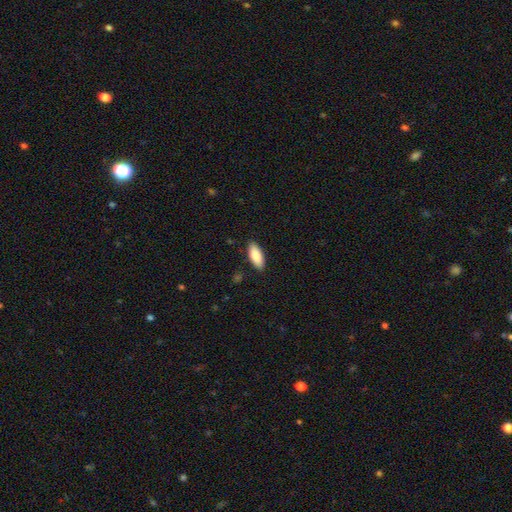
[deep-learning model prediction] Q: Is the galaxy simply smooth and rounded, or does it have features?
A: smooth — 85%.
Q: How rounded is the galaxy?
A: in between — 81%.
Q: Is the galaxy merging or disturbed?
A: none — 87%.